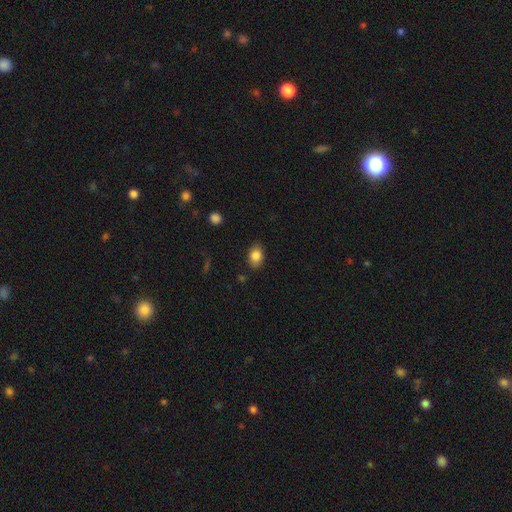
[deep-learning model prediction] Q: Smooth or featured?
A: smooth (84%); runner-up: star or artifact (8%)
Q: How rounded?
A: in between (77%); runner-up: round (22%)
Q: Merging?
A: none (83%); runner-up: minor disturbance (13%)